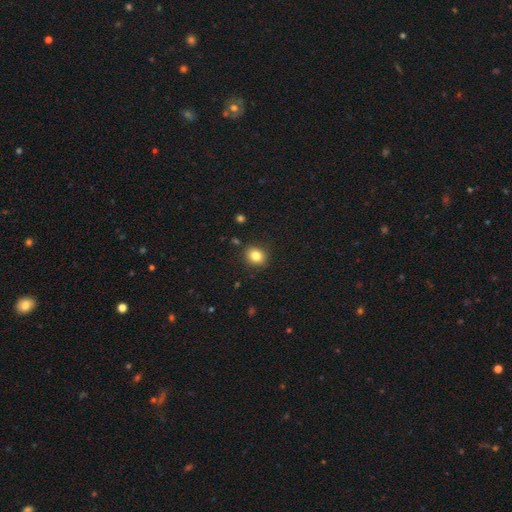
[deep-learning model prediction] Smooth or featured? Predicted: smooth (p=0.82). How rounded? Predicted: round (p=0.69). Merging? Predicted: none (p=0.88).